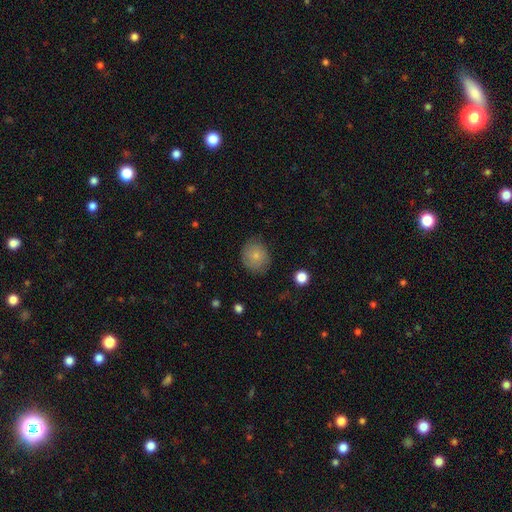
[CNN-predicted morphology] Smooth or featured: smooth — 73% (featured or disk — 18%)
How rounded: round — 75% (in between — 24%)
Merging: none — 78% (minor disturbance — 17%)